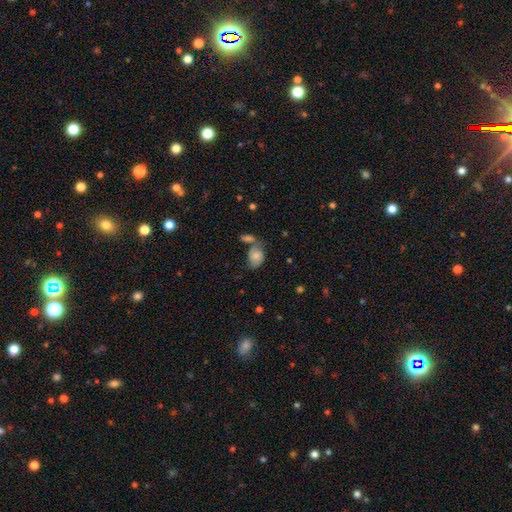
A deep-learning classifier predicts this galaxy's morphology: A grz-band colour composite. It shows a smooth galaxy with no disk features (75%) that is in between round and cigar-shaped (73%). Merging: none (38%).